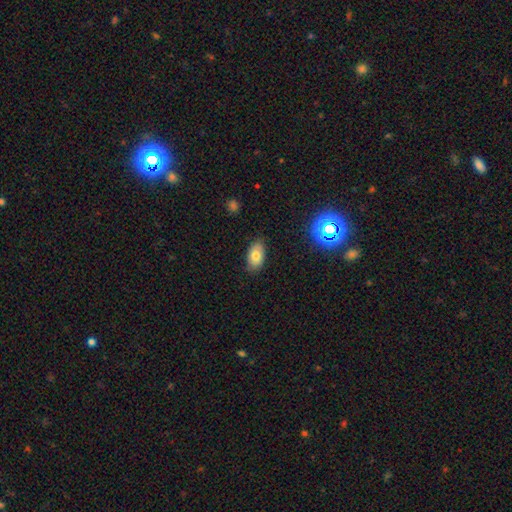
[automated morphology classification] Smooth or featured?
  - smooth: 77% *
  - featured or disk: 13%
  - star or artifact: 10%
How rounded?
  - in between: 91% *
  - round: 7%
  - cigar-shaped: 2%
Merging?
  - none: 82% *
  - minor disturbance: 14%
  - major disturbance: 3%
  - merger: 1%